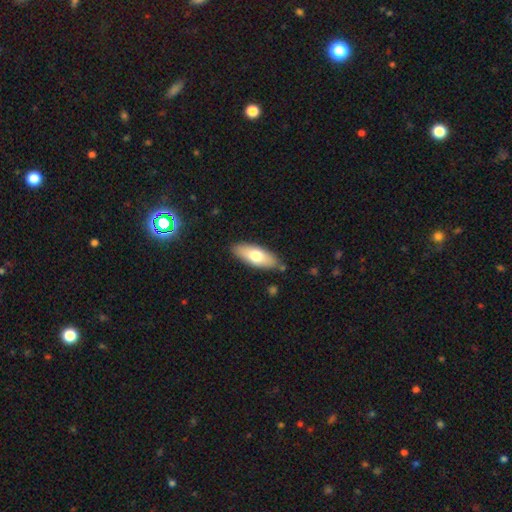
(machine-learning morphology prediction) type=smooth (69%); roundness=in between (73%); merging=none (84%).